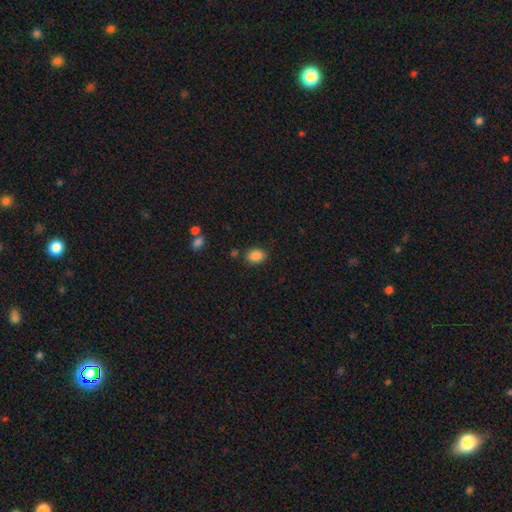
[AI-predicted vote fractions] A smooth galaxy with no disk features (87%) that is in between round and cigar-shaped (76%). Merging: none (82%).